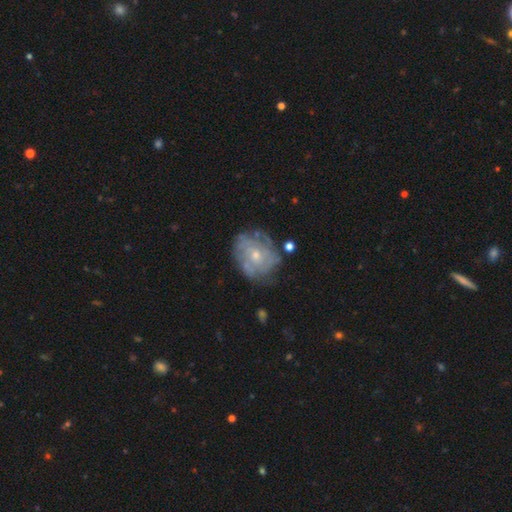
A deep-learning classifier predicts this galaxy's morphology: The model was most divided on "bulge size": small: 56%, moderate: 40%, none: 2%, large: 1%, dominant: 1%. More confident: edge-on disk — no (97%); bar — no (82%); smooth or featured — featured or disk (72%); spiral arms — yes (71%); merging — none (63%).